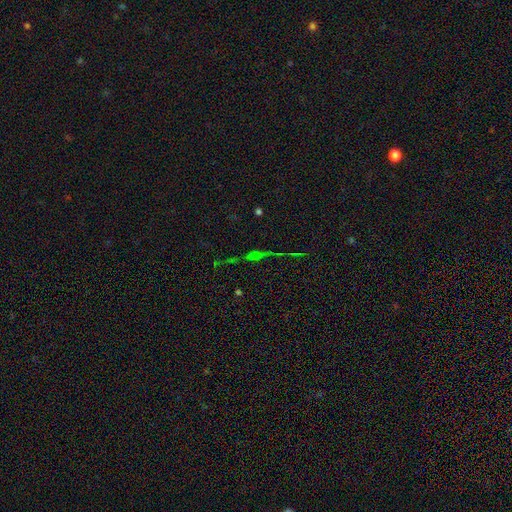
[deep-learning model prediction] A star or artifact, not a galaxy (48%).

Vote fractions:
- Smooth or featured? star or artifact: 48% / featured or disk: 34% / smooth: 18%